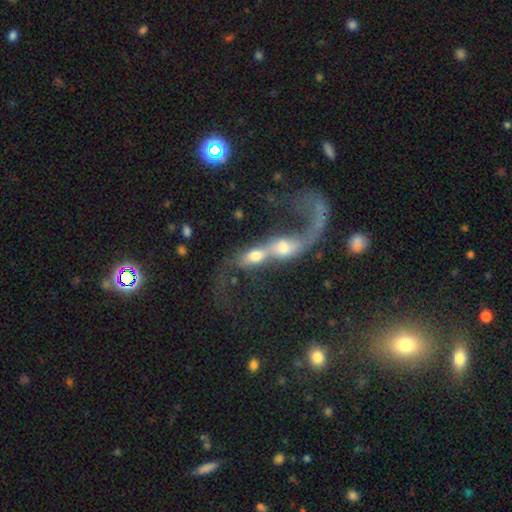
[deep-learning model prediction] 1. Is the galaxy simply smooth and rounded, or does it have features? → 46% featured or disk, 43% smooth, 11% star or artifact.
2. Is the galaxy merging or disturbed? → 81% merger, 8% major disturbance, 7% none, 4% minor disturbance.